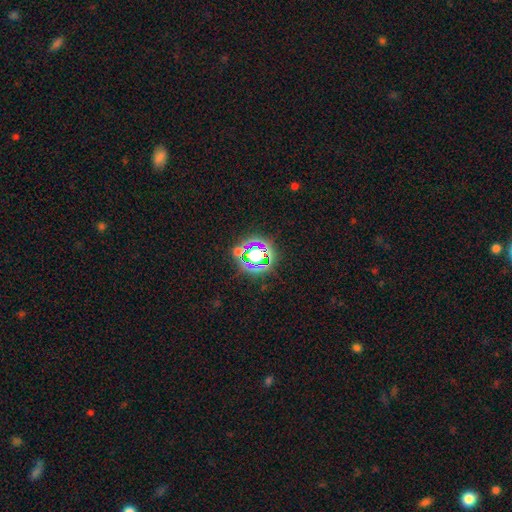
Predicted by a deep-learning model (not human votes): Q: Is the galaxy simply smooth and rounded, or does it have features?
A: star or artifact — 52%.